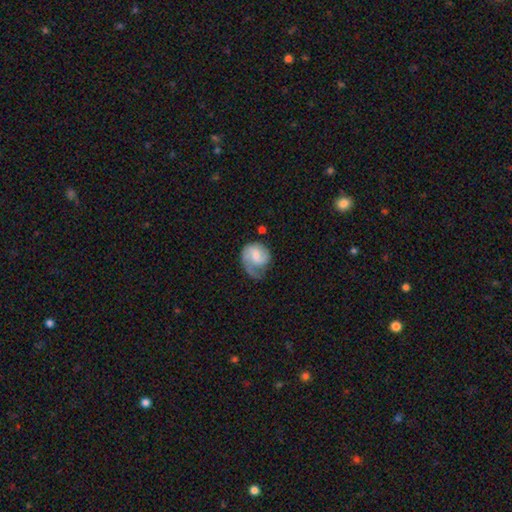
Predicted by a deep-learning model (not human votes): The model was most divided on "spiral arm count": 2: 45%, 1: 42%, can't tell: 9%, 3: 2%, 4: 1%, more than 4: 1%. Remaining: edge-on disk — no (98%); spiral arms — yes (91%); smooth or featured — featured or disk (64%); bar — weak (48%); merging — none (43%); spiral winding — medium (42%); bulge size — moderate (40%).